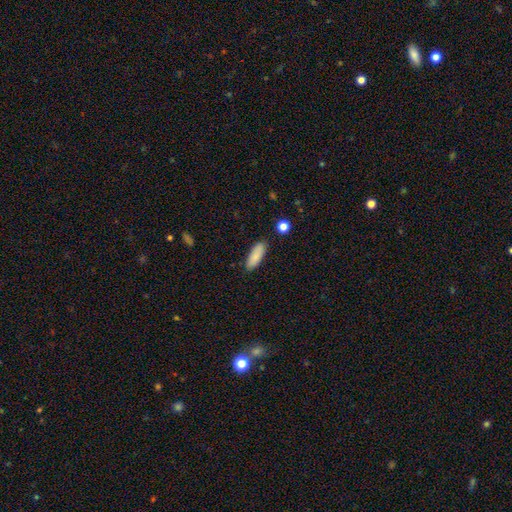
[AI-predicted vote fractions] Smooth or featured? smooth (88%)
How rounded? in between (62%)
Merging? none (87%)